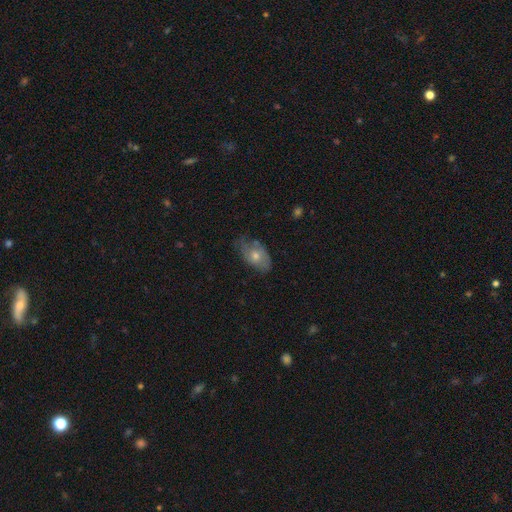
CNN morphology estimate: smooth-or-featured: featured or disk: 50% | smooth: 40% | star or artifact: 10%
  merging: none: 63% | minor disturbance: 27% | major disturbance: 8% | merger: 1%